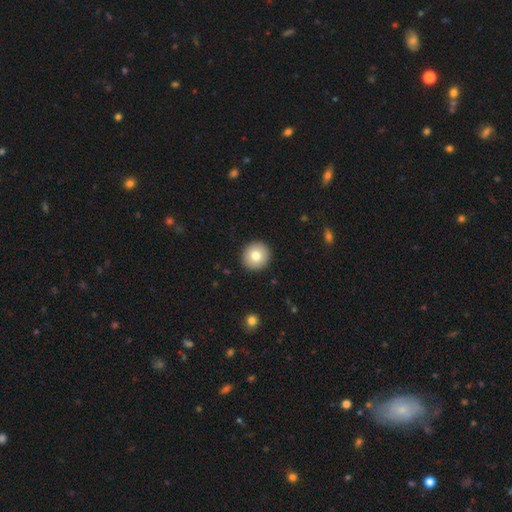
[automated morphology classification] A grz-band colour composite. It shows a smooth galaxy with no disk features (79%) that is round (95%). Merging: none (93%).